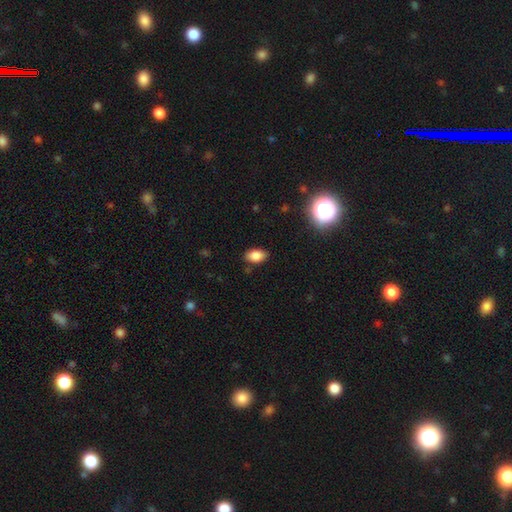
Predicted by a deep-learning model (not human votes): smooth-or-featured: smooth: 85% | star or artifact: 9% | featured or disk: 5%
  how-rounded: in between: 90% | round: 8% | cigar-shaped: 2%
  merging: none: 85% | minor disturbance: 12% | major disturbance: 2% | merger: 1%